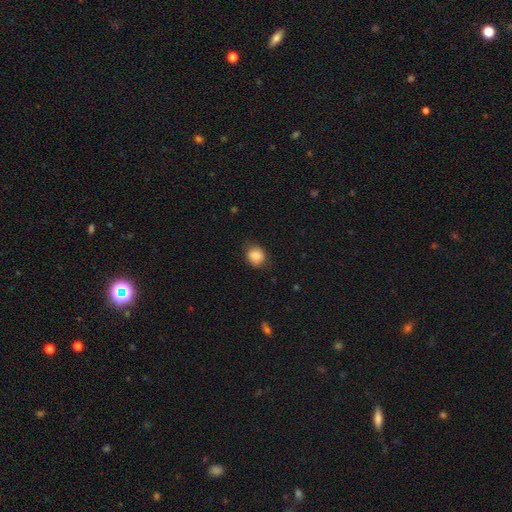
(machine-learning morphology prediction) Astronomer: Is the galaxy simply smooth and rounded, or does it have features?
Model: smooth — 85%.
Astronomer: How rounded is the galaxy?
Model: round — 75%.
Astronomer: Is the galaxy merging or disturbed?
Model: none — 78%.